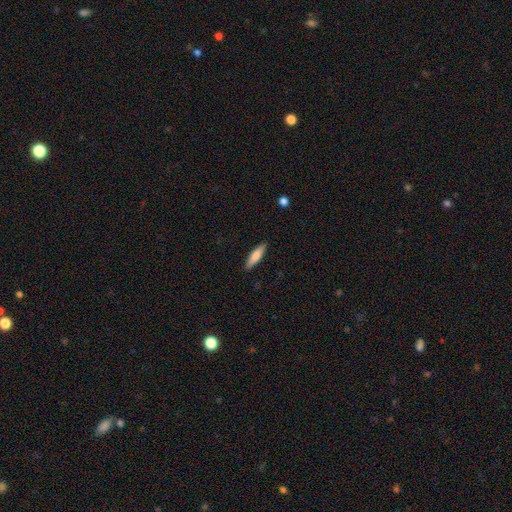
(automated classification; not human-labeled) smooth_or_featured: smooth (p=0.76) [alt: featured or disk p=0.19]
how_rounded: cigar-shaped (p=0.73) [alt: in between p=0.26]
merging: none (p=0.89) [alt: minor disturbance p=0.09]